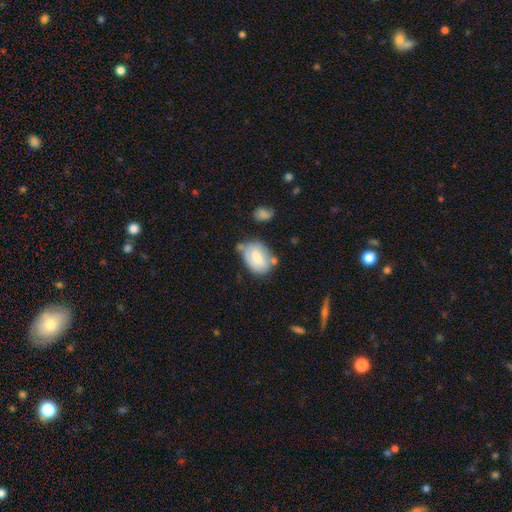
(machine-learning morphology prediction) The model was most divided on "merging": none: 47%, minor disturbance: 30%, merger: 14%, major disturbance: 9%. More confident: how rounded — in between (84%); smooth or featured — smooth (67%).